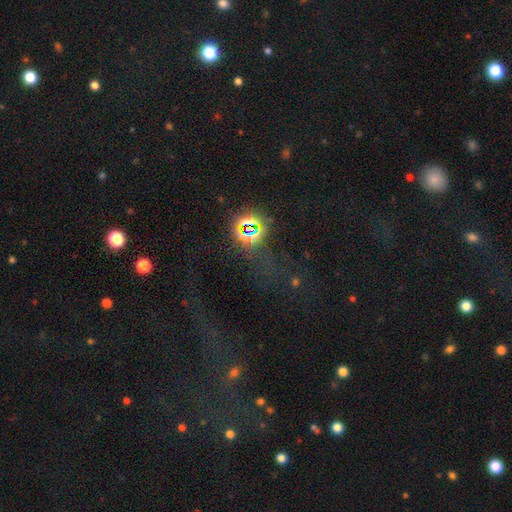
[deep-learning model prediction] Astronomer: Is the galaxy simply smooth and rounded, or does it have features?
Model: star or artifact — 70%.